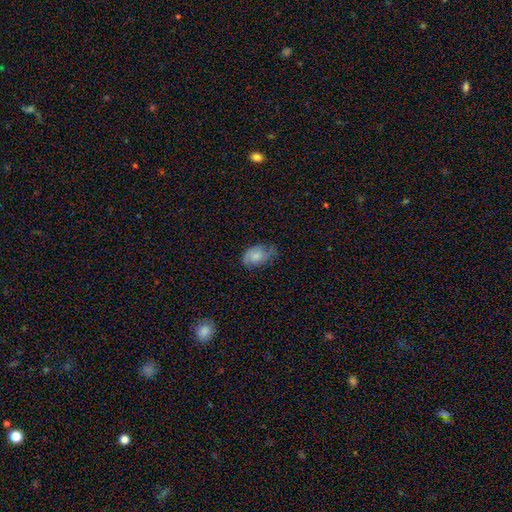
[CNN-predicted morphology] A smooth galaxy with no disk features (80%) that is in between round and cigar-shaped (89%). Merging: none (54%).